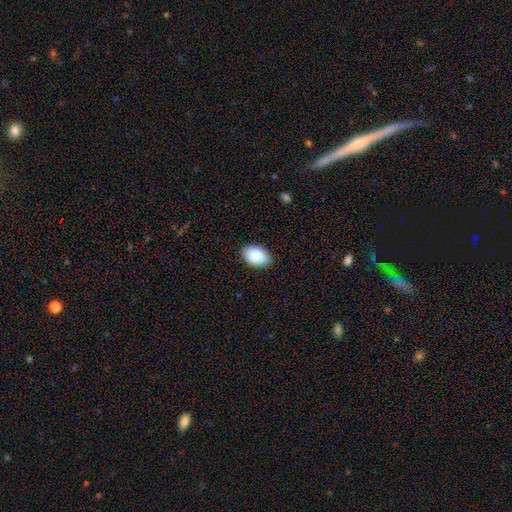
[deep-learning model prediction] Smooth or featured: smooth — 90% (star or artifact — 6%)
How rounded: in between — 89% (round — 10%)
Merging: none — 84% (minor disturbance — 12%)